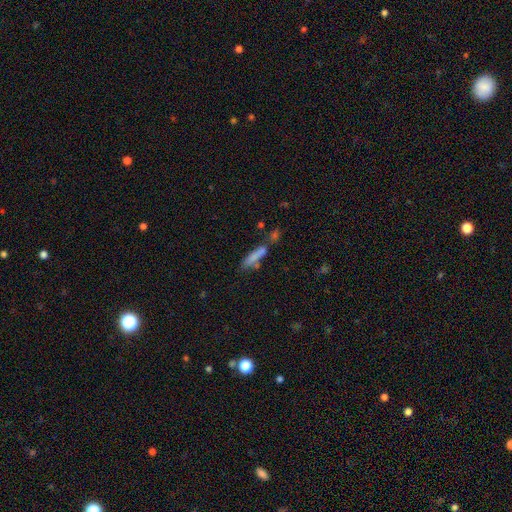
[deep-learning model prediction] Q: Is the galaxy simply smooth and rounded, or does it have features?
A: smooth — 75%.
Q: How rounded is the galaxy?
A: cigar-shaped — 78%.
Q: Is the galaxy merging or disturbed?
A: none — 54%.